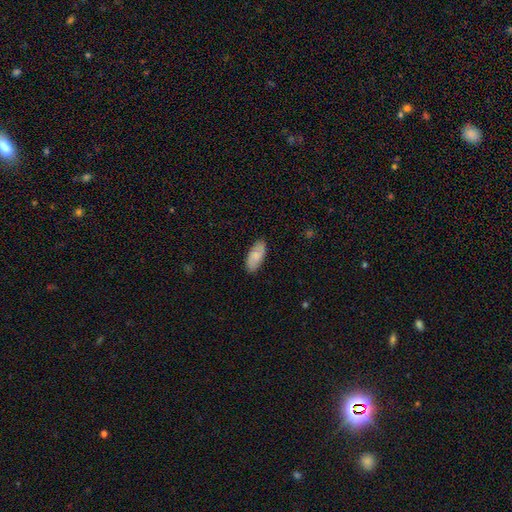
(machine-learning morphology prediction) Smooth or featured?
  - smooth: 76% *
  - featured or disk: 18%
  - star or artifact: 6%
How rounded?
  - in between: 87% *
  - cigar-shaped: 11%
  - round: 2%
Merging?
  - none: 87% *
  - minor disturbance: 10%
  - major disturbance: 2%
  - merger: 1%